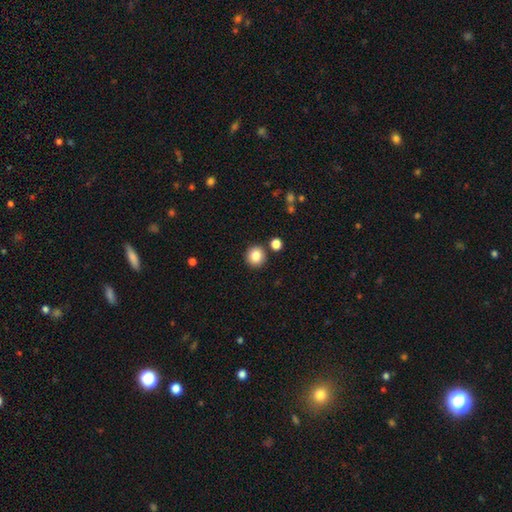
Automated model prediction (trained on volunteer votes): This appears to be a smooth galaxy with no disk features (84%) that is round (92%). Merging: none (86%).